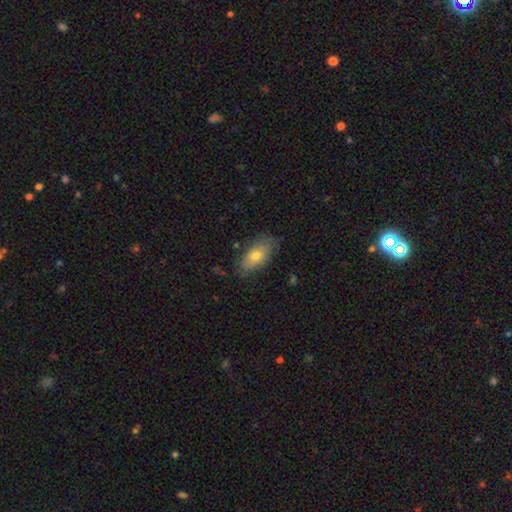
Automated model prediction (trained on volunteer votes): Q: Smooth or featured?
A: smooth (67%); runner-up: featured or disk (26%)
Q: How rounded?
A: in between (89%); runner-up: cigar-shaped (6%)
Q: Merging?
A: none (69%); runner-up: minor disturbance (24%)